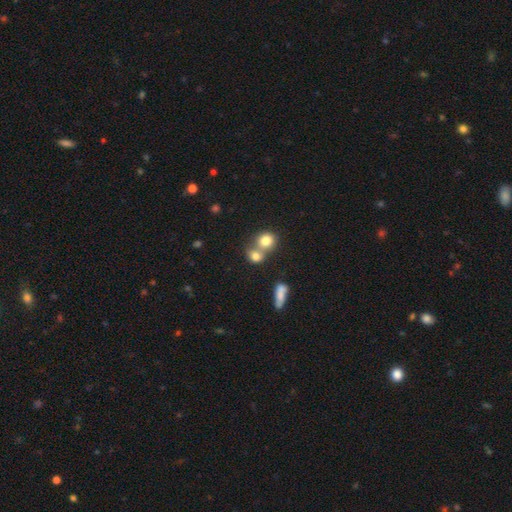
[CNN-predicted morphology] smooth_or_featured: smooth (p=0.57) [alt: star or artifact p=0.27]
how_rounded: round (p=0.67) [alt: in between p=0.27]
merging: none (p=0.58) [alt: merger p=0.30]